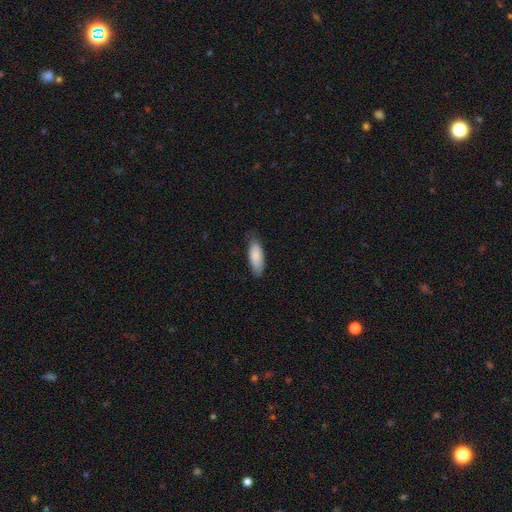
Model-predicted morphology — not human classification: A smooth galaxy with no disk features (86%) that is in between round and cigar-shaped (70%).

Vote fractions:
- Smooth or featured? smooth: 86% / featured or disk: 9% / star or artifact: 5%
- How rounded? in between: 70% / cigar-shaped: 29% / round: 2%
- Merging? none: 74% / minor disturbance: 21% / major disturbance: 3% / merger: 1%